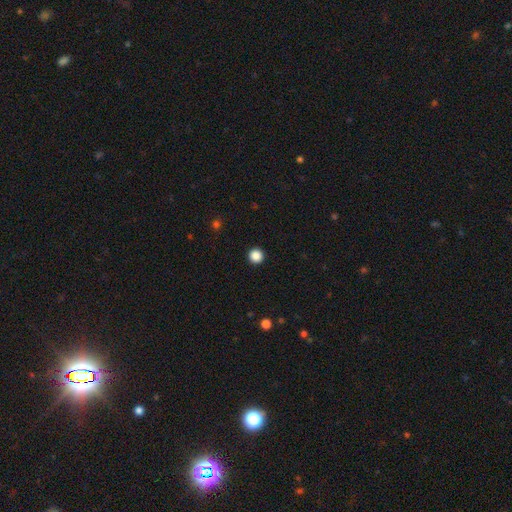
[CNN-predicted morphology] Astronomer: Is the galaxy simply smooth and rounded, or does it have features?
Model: smooth — 87%.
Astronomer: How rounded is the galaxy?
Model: round — 96%.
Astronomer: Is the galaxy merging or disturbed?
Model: none — 94%.